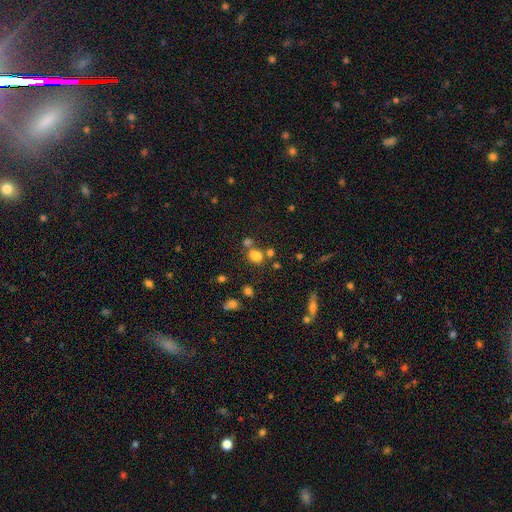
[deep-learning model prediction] Overall: smooth (73%). How rounded: round (52%; in between 46%). Merging: none (52%; merger 31%).